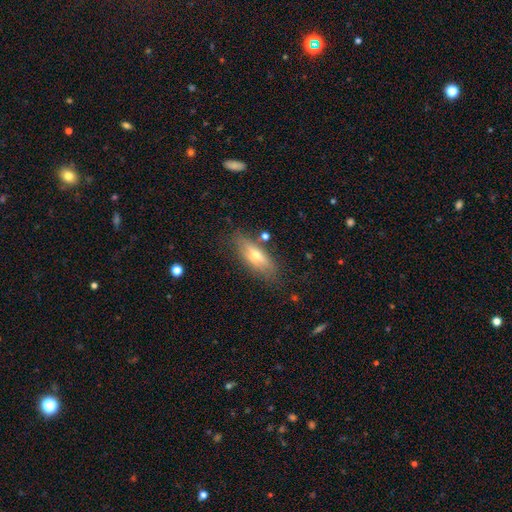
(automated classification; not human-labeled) smooth-or-featured: featured or disk: 47% | smooth: 45% | star or artifact: 8%
  merging: none: 79% | minor disturbance: 14% | major disturbance: 4% | merger: 3%